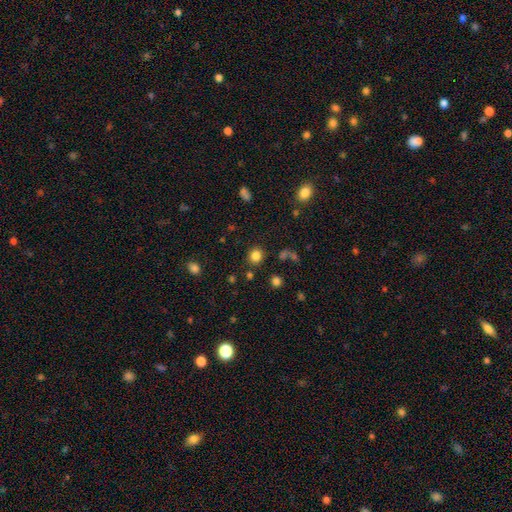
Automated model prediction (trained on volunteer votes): The model was most divided on "smooth or featured": smooth: 82%, star or artifact: 13%, featured or disk: 5%. More confident: how rounded — round (87%); merging — none (86%).